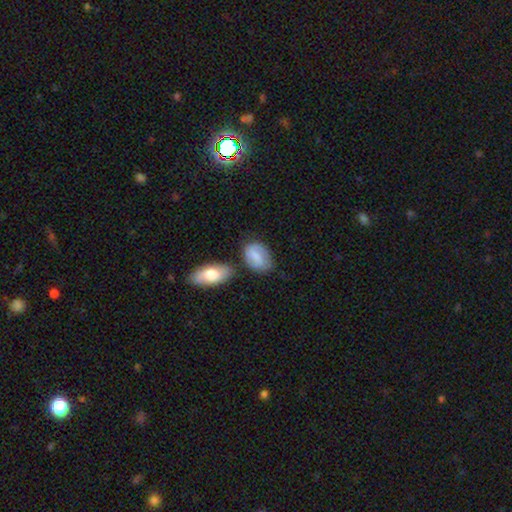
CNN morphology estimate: Q: Smooth or featured?
A: smooth (54%); runner-up: featured or disk (39%)
Q: How rounded?
A: in between (81%); runner-up: round (17%)
Q: Merging?
A: none (64%); runner-up: minor disturbance (21%)